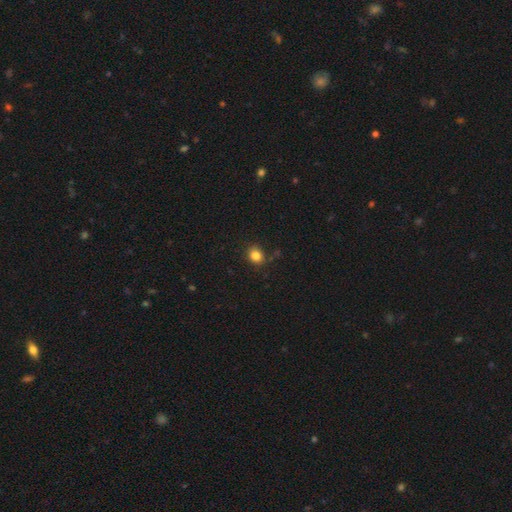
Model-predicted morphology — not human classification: A smooth galaxy with no disk features (84%) that is round (64%). Merging: none (83%).